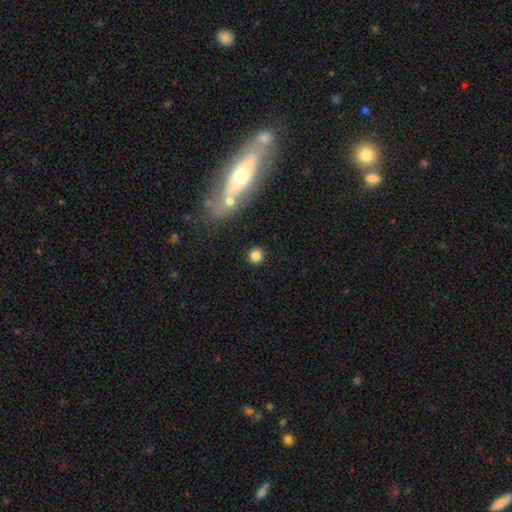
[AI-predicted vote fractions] Smooth or featured: smooth — 82% (star or artifact — 12%)
How rounded: round — 93% (in between — 6%)
Merging: none — 89% (minor disturbance — 5%)